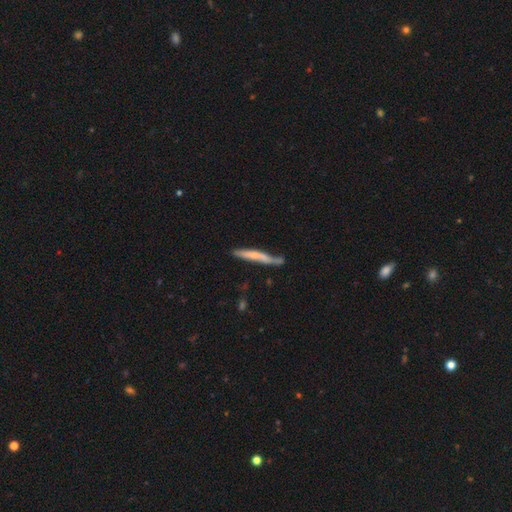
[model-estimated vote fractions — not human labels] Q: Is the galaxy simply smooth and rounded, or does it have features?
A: smooth — 50%.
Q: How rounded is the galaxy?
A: cigar-shaped — 95%.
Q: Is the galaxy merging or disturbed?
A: none — 61%.